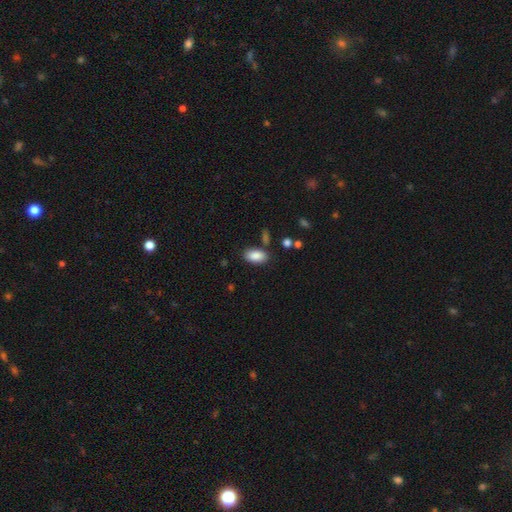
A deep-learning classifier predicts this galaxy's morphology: This is clearly a smooth galaxy (88%). How rounded: clearly in between (93%). Merging: clearly none (81%).